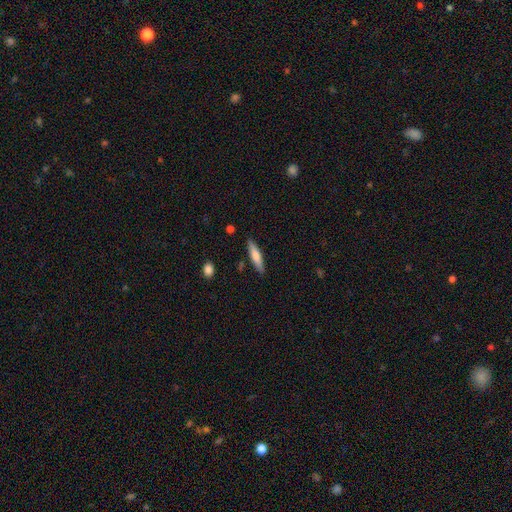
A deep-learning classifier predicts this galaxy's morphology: Smooth or featured?
  - smooth: 67% *
  - featured or disk: 27%
  - star or artifact: 6%
How rounded?
  - cigar-shaped: 81% *
  - in between: 17%
  - round: 1%
Merging?
  - none: 87% *
  - minor disturbance: 9%
  - merger: 2%
  - major disturbance: 2%